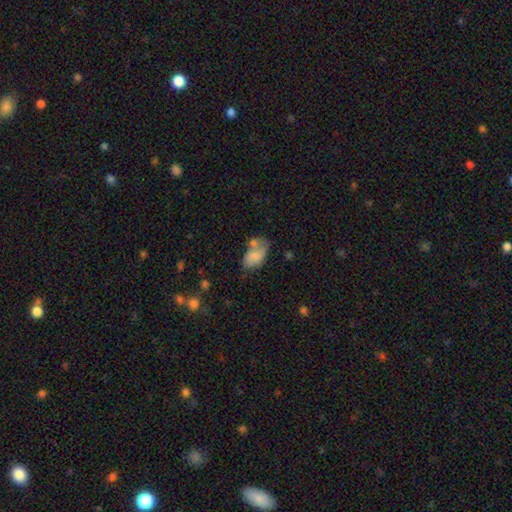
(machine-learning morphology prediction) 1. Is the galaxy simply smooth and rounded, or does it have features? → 73% smooth, 19% featured or disk, 8% star or artifact.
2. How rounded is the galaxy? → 90% in between, 8% round, 2% cigar-shaped.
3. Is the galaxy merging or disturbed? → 34% none, 28% merger, 25% minor disturbance, 13% major disturbance.